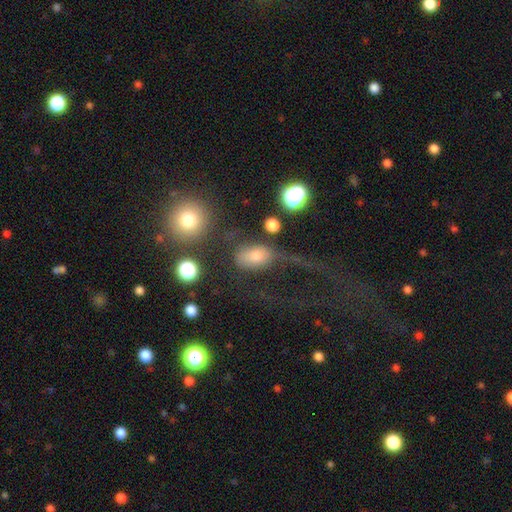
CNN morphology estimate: smooth-or-featured: smooth: 67% | featured or disk: 19% | star or artifact: 15%
  how-rounded: in between: 79% | round: 18% | cigar-shaped: 3%
  merging: none: 37% | major disturbance: 35% | minor disturbance: 18% | merger: 10%